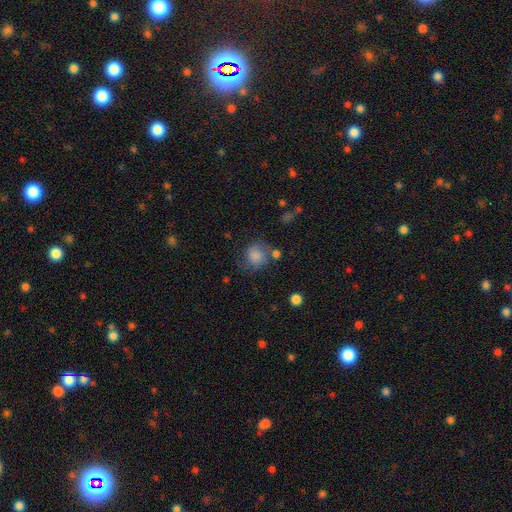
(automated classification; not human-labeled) Smooth or featured?
  - smooth: 79% *
  - featured or disk: 12%
  - star or artifact: 9%
How rounded?
  - round: 81% *
  - in between: 18%
  - cigar-shaped: 1%
Merging?
  - none: 57% *
  - minor disturbance: 22%
  - major disturbance: 12%
  - merger: 10%